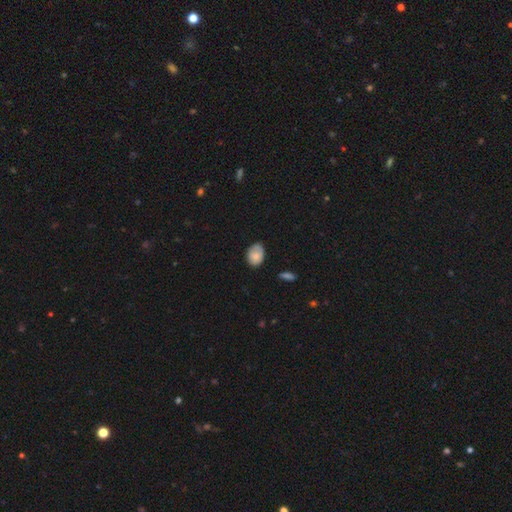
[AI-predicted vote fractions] smooth 78%, featured or disk 14%, star or artifact 7%. Down the decision tree: how rounded — in between (73%); merging — none (58%).